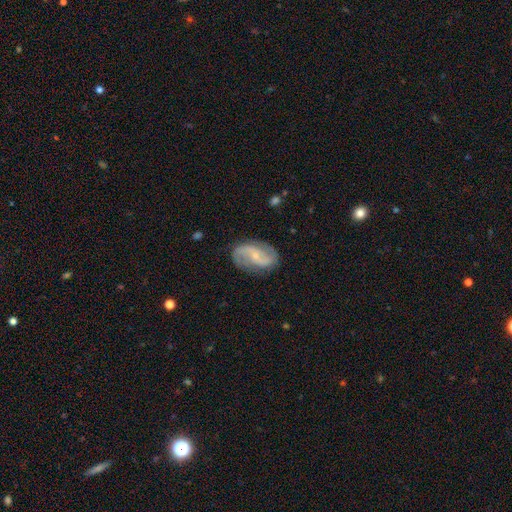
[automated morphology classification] Smooth or featured? Predicted: featured or disk (p=0.84). Edge-on disk? Predicted: no (p=0.97). Bar? Predicted: no (p=0.44). Spiral arms? Predicted: yes (p=0.96). Spiral winding? Predicted: loose (p=0.53). Spiral arm count? Predicted: 2 (p=0.92). Bulge size? Predicted: small (p=0.72). Merging? Predicted: none (p=0.80).